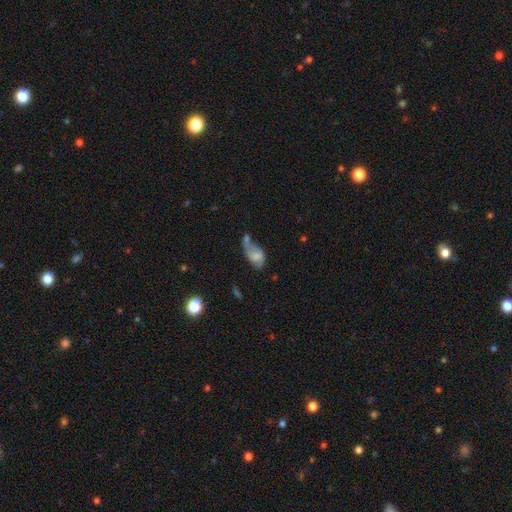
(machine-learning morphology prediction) type=smooth (52%); roundness=in between (87%); merging=major disturbance (28%).